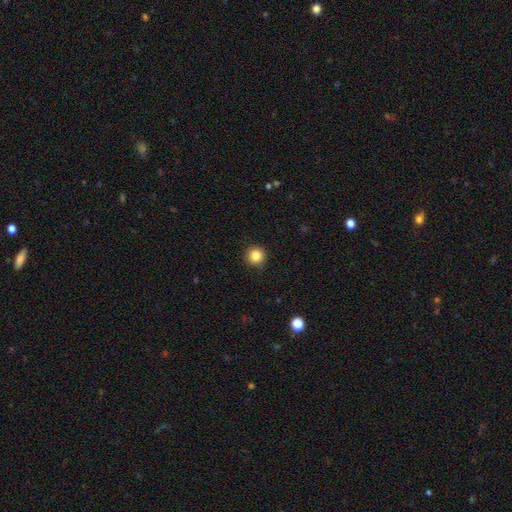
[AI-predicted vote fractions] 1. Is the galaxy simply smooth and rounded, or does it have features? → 85% smooth, 11% star or artifact, 4% featured or disk.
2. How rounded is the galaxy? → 94% round, 5% in between, 1% cigar-shaped.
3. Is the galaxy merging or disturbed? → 91% none, 6% minor disturbance, 2% major disturbance, 1% merger.